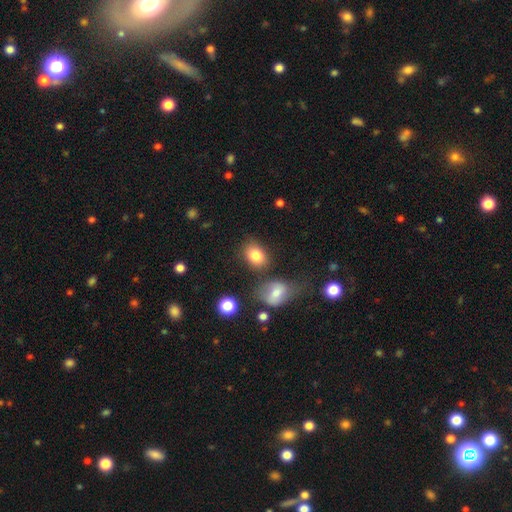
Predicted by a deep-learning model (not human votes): Smooth or featured?
  - smooth: 83% *
  - star or artifact: 9%
  - featured or disk: 8%
How rounded?
  - in between: 66% *
  - round: 33%
  - cigar-shaped: 1%
Merging?
  - none: 71% *
  - minor disturbance: 14%
  - merger: 10%
  - major disturbance: 5%